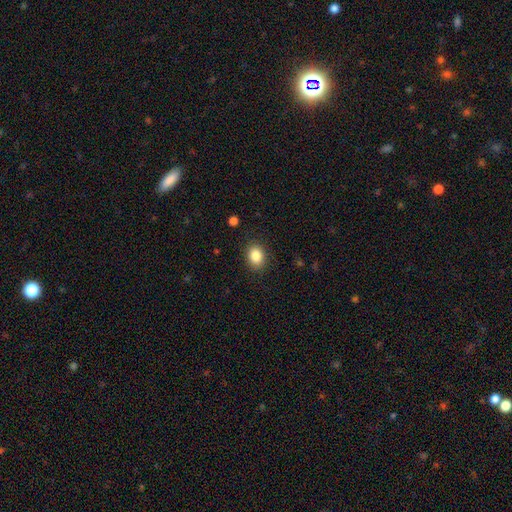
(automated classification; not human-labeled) smooth 86%, star or artifact 9%, featured or disk 5%. Down the decision tree: how rounded — in between (57%); merging — none (87%).